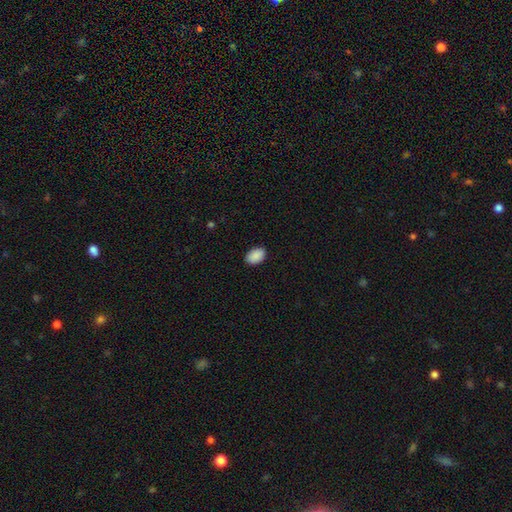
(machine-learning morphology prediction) Smooth or featured? smooth (91%)
How rounded? in between (90%)
Merging? none (88%)